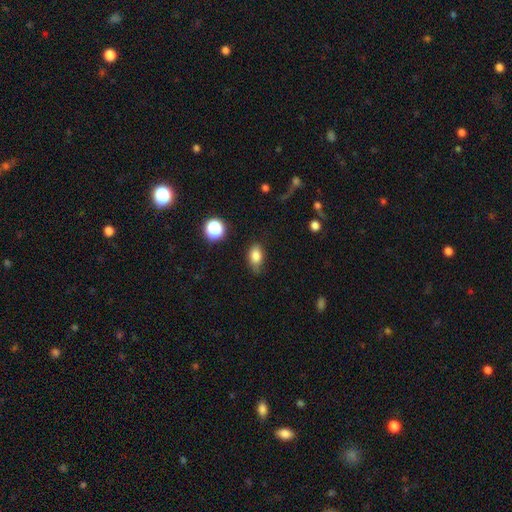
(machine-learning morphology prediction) A smooth galaxy with no disk features (82%) that is in between round and cigar-shaped (84%).

Vote fractions:
- Smooth or featured? smooth: 82% / star or artifact: 10% / featured or disk: 7%
- How rounded? in between: 84% / round: 14% / cigar-shaped: 3%
- Merging? none: 68% / minor disturbance: 25% / major disturbance: 5% / merger: 2%